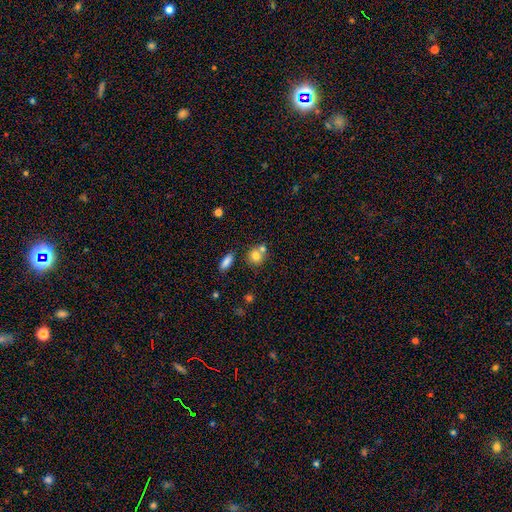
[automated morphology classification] The model was most divided on "merging": none: 48%, merger: 39%, minor disturbance: 10%, major disturbance: 3%. More confident: smooth or featured — smooth (76%); how rounded — round (74%).